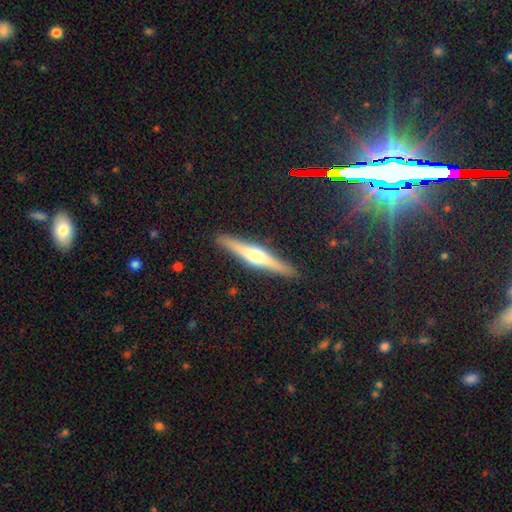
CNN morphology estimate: This appears to be a featured or disk galaxy (66%) viewed edge-on (96%) with a rounded central bulge (90%). Merging: none (91%).